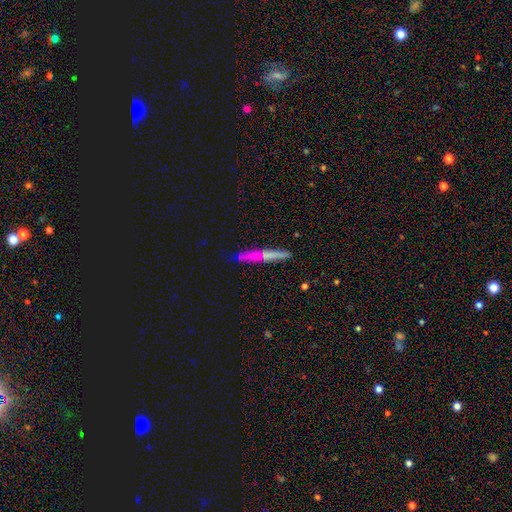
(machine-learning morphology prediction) The model was most divided on "smooth or featured": smooth: 49%, featured or disk: 41%, star or artifact: 10%. More confident: merging — none (86%).